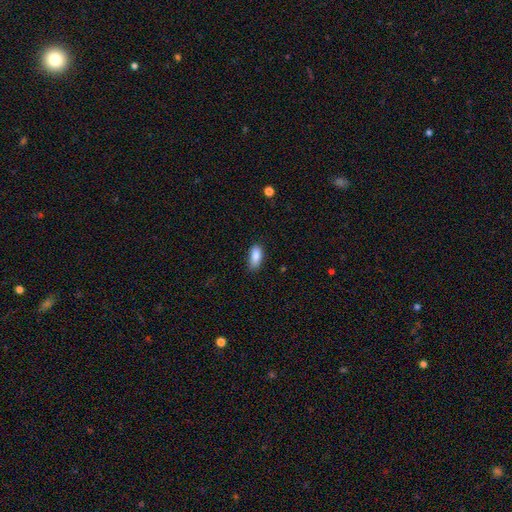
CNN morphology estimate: A smooth galaxy with no disk features (87%) that is in between round and cigar-shaped (85%). Merging: none (76%).